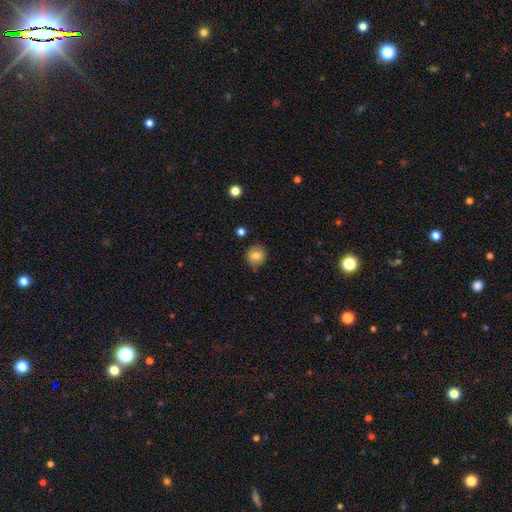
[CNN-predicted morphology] Smooth or featured? smooth (77%)
How rounded? round (80%)
Merging? none (74%)